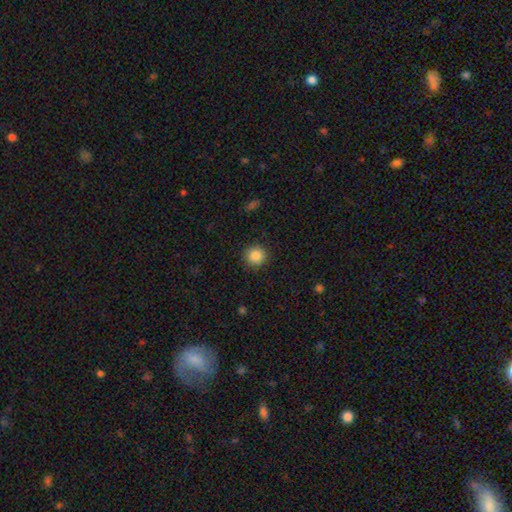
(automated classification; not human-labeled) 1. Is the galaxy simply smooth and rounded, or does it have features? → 86% smooth, 10% star or artifact, 4% featured or disk.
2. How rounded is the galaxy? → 94% round, 5% in between, 1% cigar-shaped.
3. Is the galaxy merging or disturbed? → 90% none, 7% minor disturbance, 2% major disturbance, 1% merger.